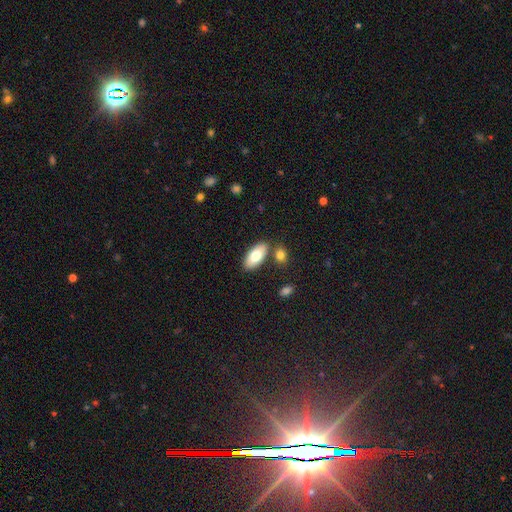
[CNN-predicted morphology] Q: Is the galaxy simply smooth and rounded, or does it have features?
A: smooth — 76%.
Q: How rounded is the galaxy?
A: in between — 91%.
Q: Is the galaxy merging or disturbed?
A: none — 78%.